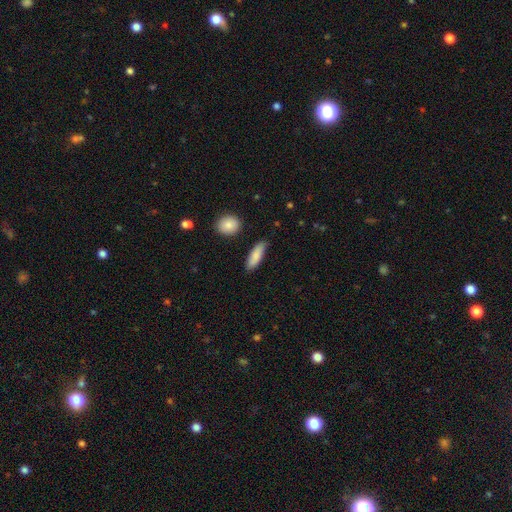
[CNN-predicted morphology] A smooth galaxy with no disk features (85%) that is in between round and cigar-shaped (57%). Merging: none (81%).